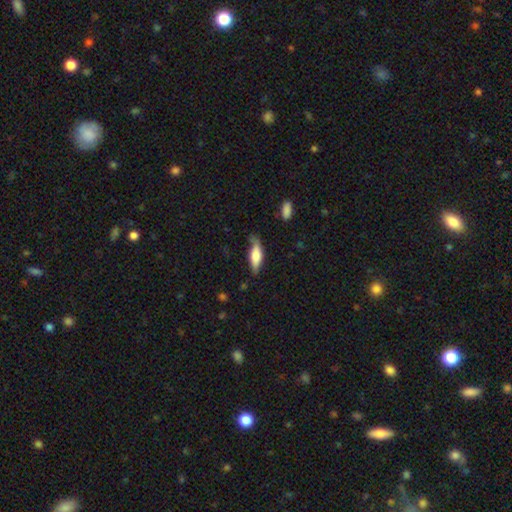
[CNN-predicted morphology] smooth-or-featured: smooth: 58% | featured or disk: 36% | star or artifact: 6%
  how-rounded: in between: 57% | cigar-shaped: 40% | round: 2%
  merging: none: 62% | minor disturbance: 28% | major disturbance: 7% | merger: 3%